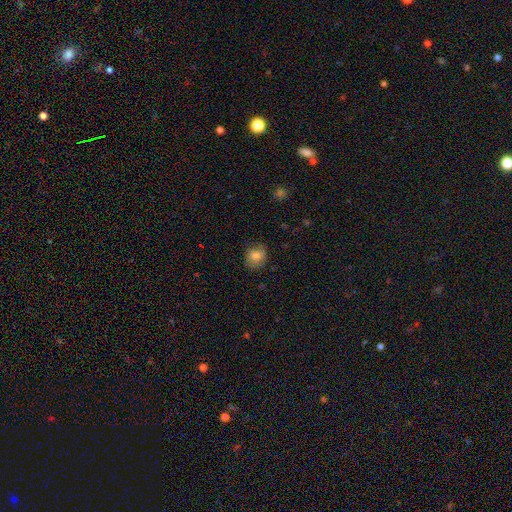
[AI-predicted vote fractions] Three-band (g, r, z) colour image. It shows a smooth galaxy with no disk features (71%) that is round (68%). Merging: none (72%).